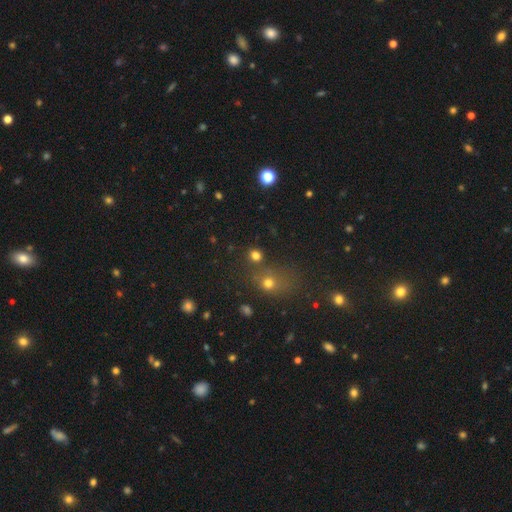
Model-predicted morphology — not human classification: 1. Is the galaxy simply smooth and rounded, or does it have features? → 74% smooth, 19% star or artifact, 6% featured or disk.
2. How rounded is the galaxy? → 81% round, 18% in between, 1% cigar-shaped.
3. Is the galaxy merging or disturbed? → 71% none, 15% merger, 9% minor disturbance, 5% major disturbance.